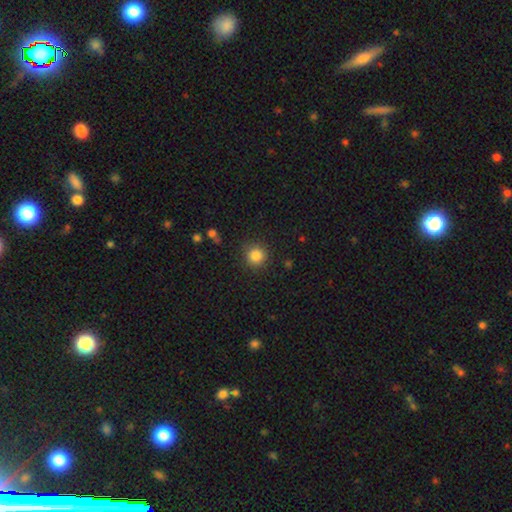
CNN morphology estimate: This is clearly a smooth galaxy (85%). How rounded: clearly round (94%). Merging: clearly none (89%).